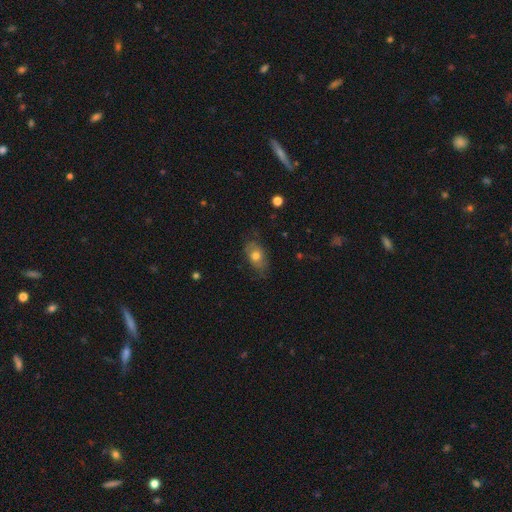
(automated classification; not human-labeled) Q: Smooth or featured?
A: smooth (60%); runner-up: featured or disk (31%)
Q: How rounded?
A: in between (84%); runner-up: round (13%)
Q: Merging?
A: none (68%); runner-up: minor disturbance (23%)